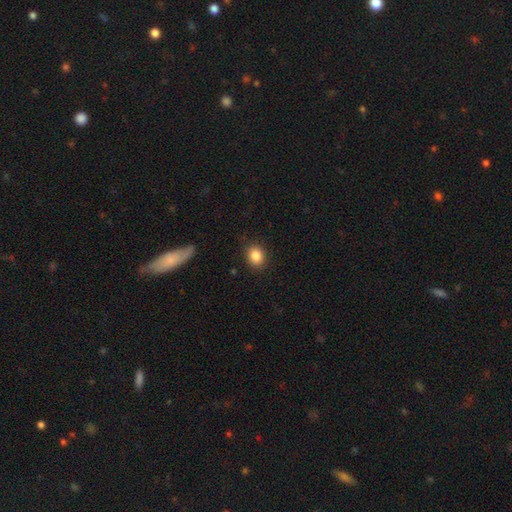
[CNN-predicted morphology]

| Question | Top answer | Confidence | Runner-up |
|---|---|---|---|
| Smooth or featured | smooth | 85% | star or artifact (9%) |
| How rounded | round | 58% | in between (41%) |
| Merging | none | 86% | minor disturbance (10%) |